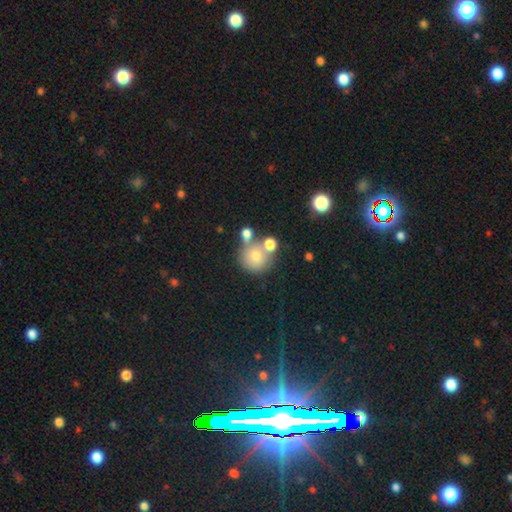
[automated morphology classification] This is likely a smooth galaxy (70%). How rounded: clearly round (90%). Merging: possibly none (52%).